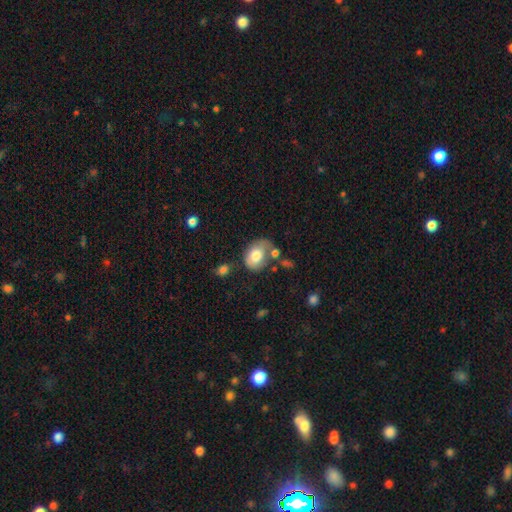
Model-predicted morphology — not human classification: type=smooth (72%); roundness=in between (74%); merging=none (36%).